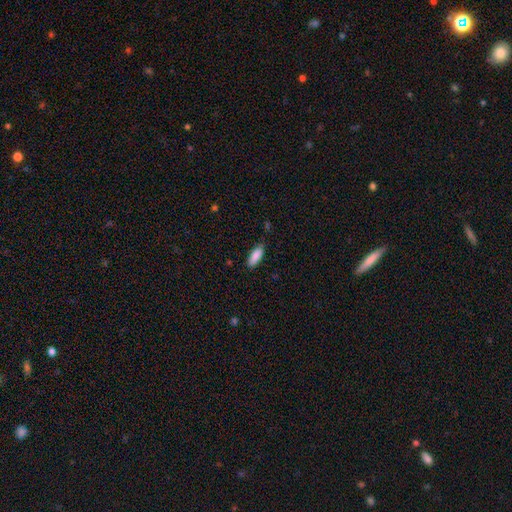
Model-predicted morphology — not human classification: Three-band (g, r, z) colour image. It shows a smooth galaxy with no disk features (89%) that is in between round and cigar-shaped (73%). Merging: none (81%).